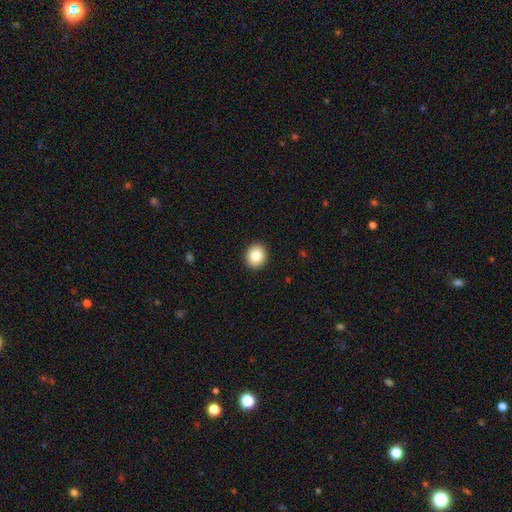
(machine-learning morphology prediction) smooth_or_featured: smooth (p=0.83) [alt: star or artifact p=0.09]
how_rounded: round (p=0.81) [alt: in between p=0.18]
merging: none (p=0.92) [alt: minor disturbance p=0.05]